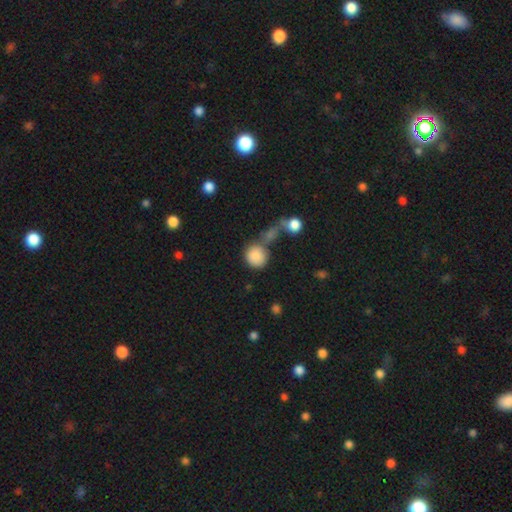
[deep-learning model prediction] Smooth or featured?
  - smooth: 86% *
  - star or artifact: 9%
  - featured or disk: 5%
How rounded?
  - round: 87% *
  - in between: 12%
  - cigar-shaped: 1%
Merging?
  - none: 51% *
  - merger: 29%
  - minor disturbance: 12%
  - major disturbance: 8%